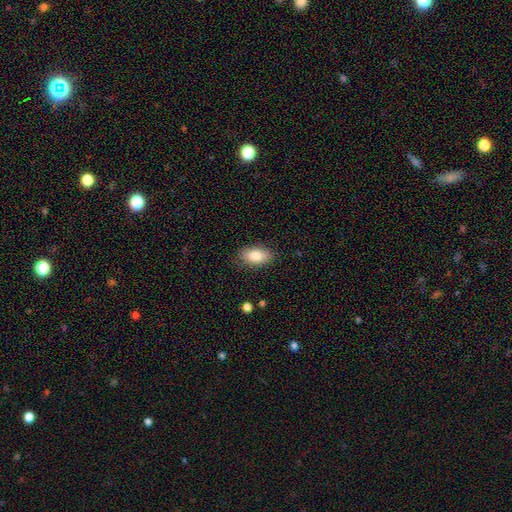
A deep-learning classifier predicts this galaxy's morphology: type=smooth (84%); roundness=in between (92%); merging=none (84%).